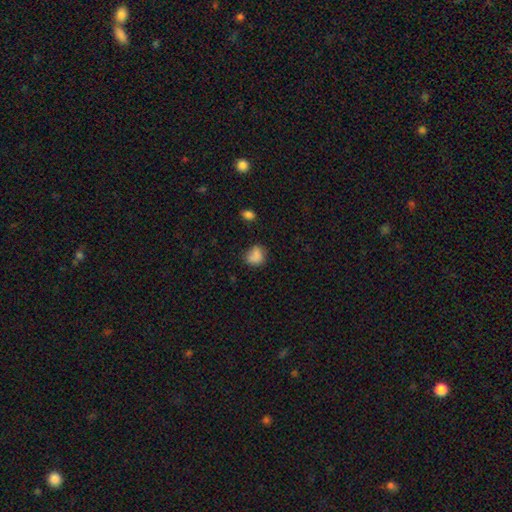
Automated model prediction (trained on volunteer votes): smooth_or_featured: smooth (p=0.84) [alt: star or artifact p=0.10]
how_rounded: round (p=0.57) [alt: in between p=0.41]
merging: none (p=0.63) [alt: minor disturbance p=0.26]